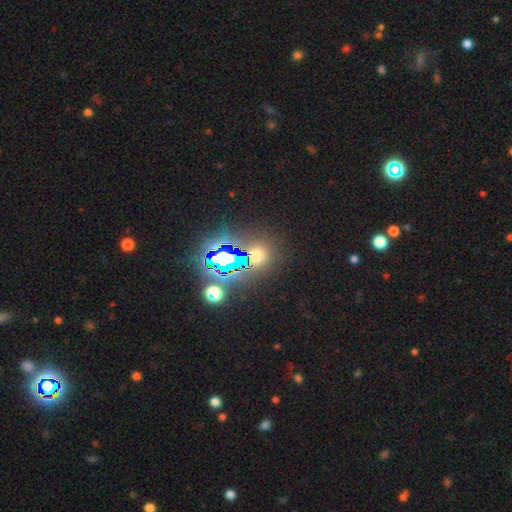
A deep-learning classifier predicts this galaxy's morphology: The model was most divided on "smooth or featured": star or artifact: 48%, smooth: 44%, featured or disk: 8%.